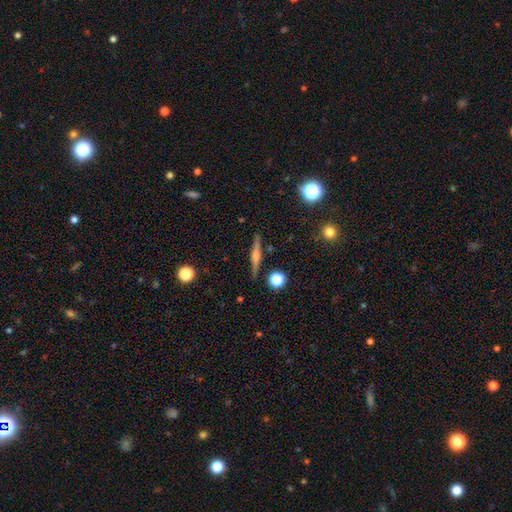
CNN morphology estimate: featured or disk 65%, smooth 27%, star or artifact 8%. Down the decision tree: edge-on disk — yes (97%); edge-on bulge — rounded (80%); merging — none (89%).